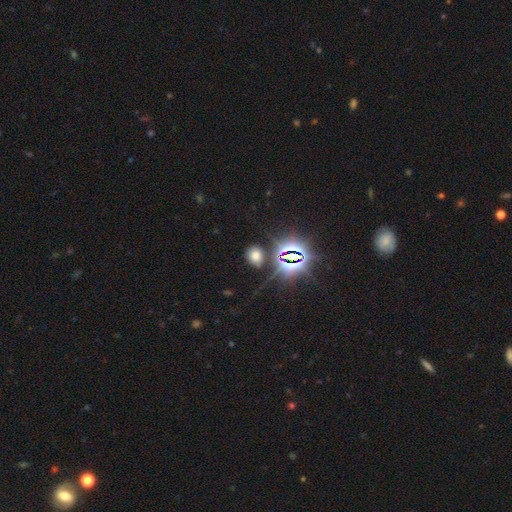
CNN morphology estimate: Smooth or featured? smooth (55%)
How rounded? round (60%)
Merging? none (81%)